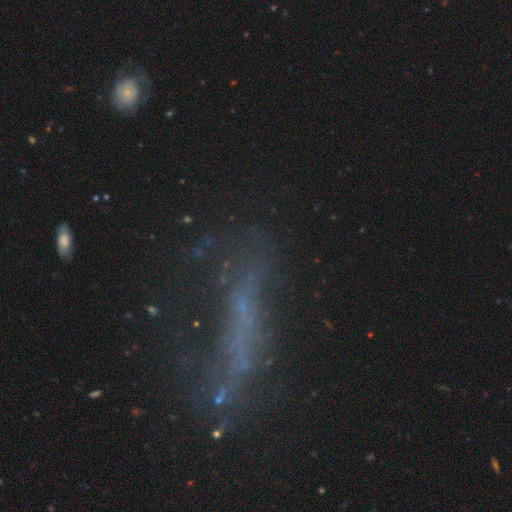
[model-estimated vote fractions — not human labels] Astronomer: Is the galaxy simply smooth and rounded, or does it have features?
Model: featured or disk — 45% (runner-up: smooth, 29%).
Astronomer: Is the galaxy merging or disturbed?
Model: none — 51%.